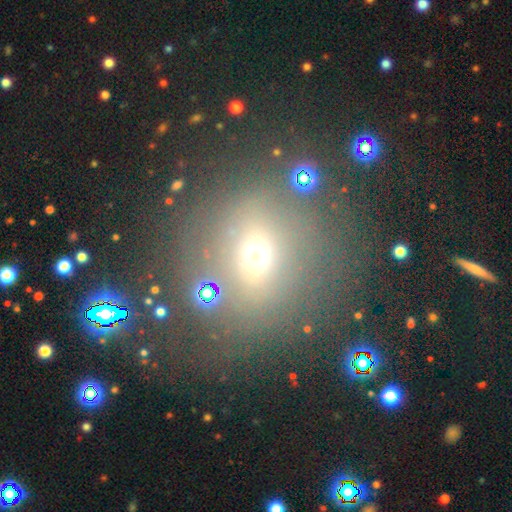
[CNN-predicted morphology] Smooth or featured: smooth — 52% (star or artifact — 33%)
How rounded: round — 79% (in between — 19%)
Merging: none — 76% (minor disturbance — 11%)